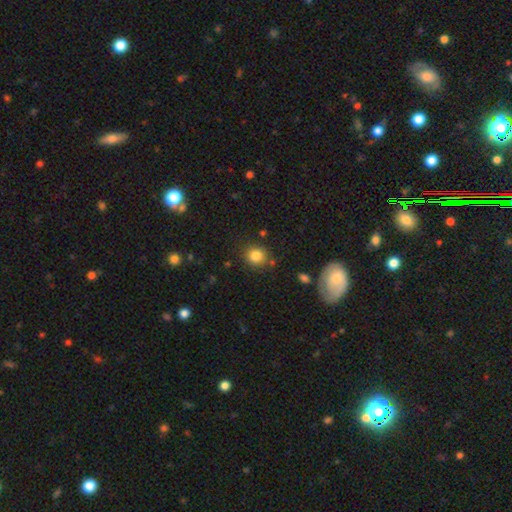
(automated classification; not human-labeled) The model was most divided on "how rounded": round: 85%, in between: 14%, cigar-shaped: 1%. More confident: smooth or featured — smooth (83%); merging — none (83%).